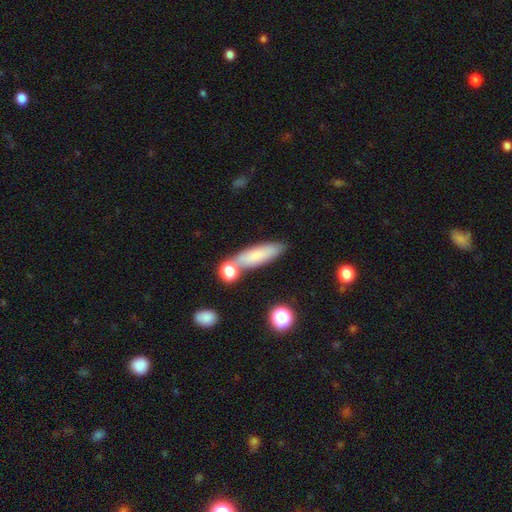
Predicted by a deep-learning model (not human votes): Q: Smooth or featured?
A: smooth (75%); runner-up: featured or disk (16%)
Q: How rounded?
A: cigar-shaped (58%); runner-up: in between (39%)
Q: Merging?
A: none (67%); runner-up: merger (16%)